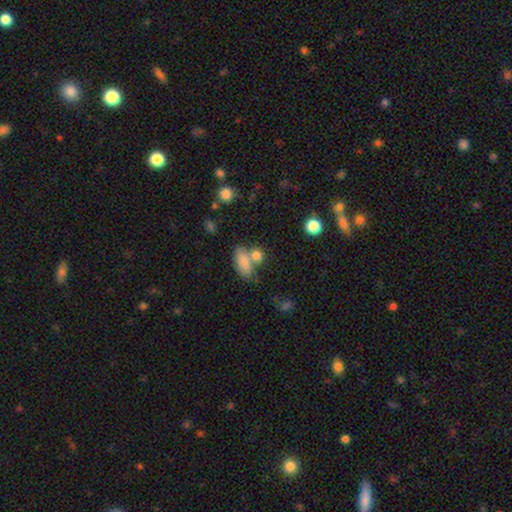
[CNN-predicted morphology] Overall: smooth (79%). How rounded: in between (59%; round 36%). Merging: none (46%; merger 38%).